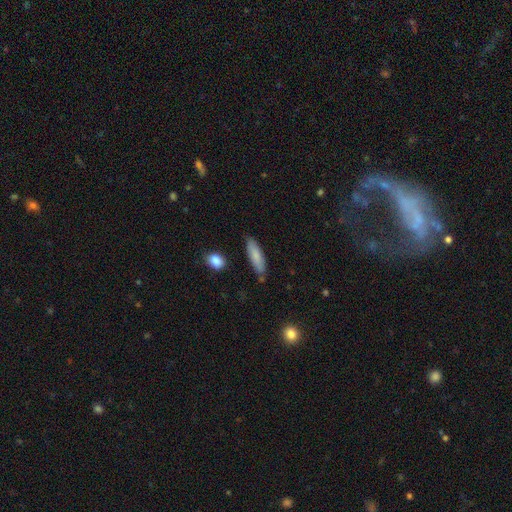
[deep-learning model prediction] A smooth galaxy with no disk features (81%) that is cigar-shaped (55%).

Vote fractions:
- Smooth or featured? smooth: 81% / featured or disk: 13% / star or artifact: 6%
- How rounded? cigar-shaped: 55% / in between: 43% / round: 2%
- Merging? none: 78% / minor disturbance: 15% / merger: 3% / major disturbance: 3%